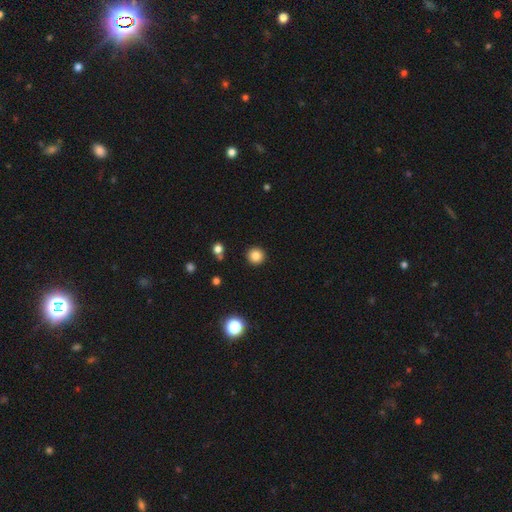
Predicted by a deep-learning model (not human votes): This appears to be a smooth galaxy with no disk features (84%) that is round (94%). Merging: none (92%).